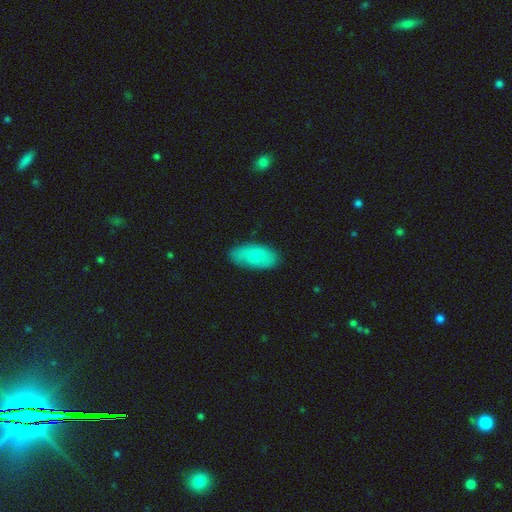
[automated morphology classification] Smooth or featured? Predicted: smooth (p=0.73). How rounded? Predicted: in between (p=0.92). Merging? Predicted: none (p=0.80).